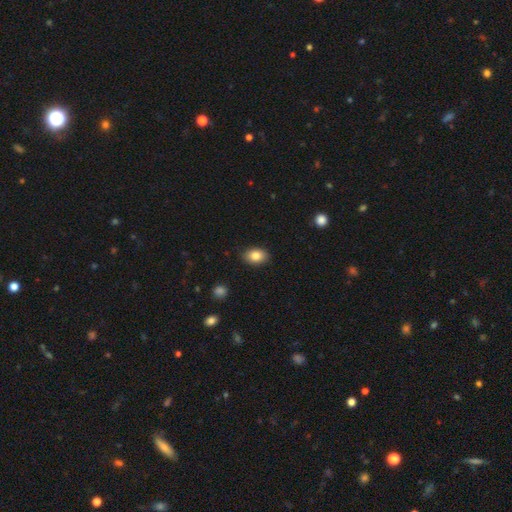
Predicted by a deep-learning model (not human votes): smooth_or_featured: smooth (p=0.84) [alt: featured or disk p=0.08]
how_rounded: in between (p=0.84) [alt: round p=0.14]
merging: none (p=0.88) [alt: minor disturbance p=0.09]